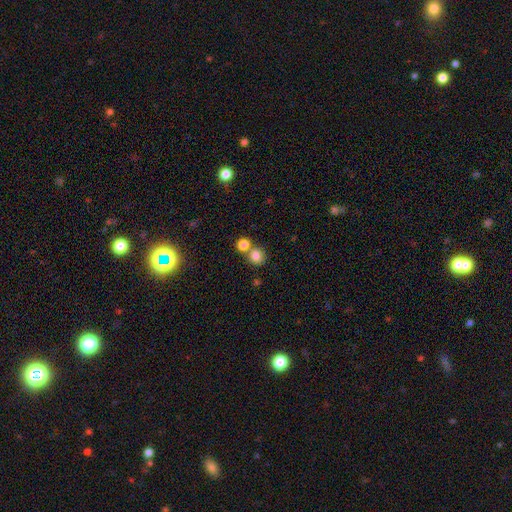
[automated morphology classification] Smooth or featured: smooth — 81% (star or artifact — 12%)
How rounded: round — 79% (in between — 20%)
Merging: none — 55% (merger — 34%)